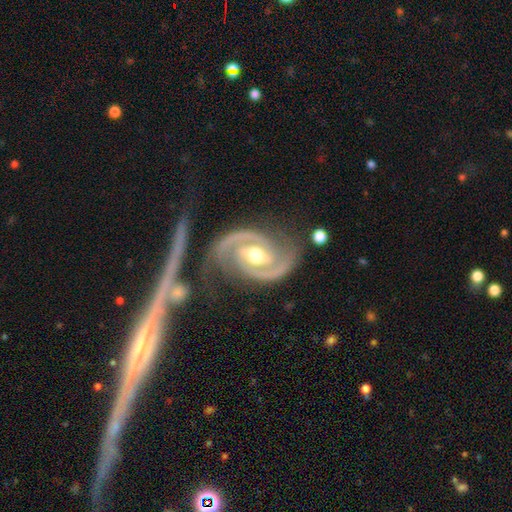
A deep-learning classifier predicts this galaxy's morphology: Smooth or featured? Predicted: featured or disk (p=0.93). Edge-on disk? Predicted: no (p=0.98). Bar? Predicted: no (p=0.37). Spiral arms? Predicted: yes (p=0.98). Spiral winding? Predicted: medium (p=0.51). Spiral arm count? Predicted: 2 (p=0.93). Bulge size? Predicted: moderate (p=0.79). Merging? Predicted: none (p=0.72).